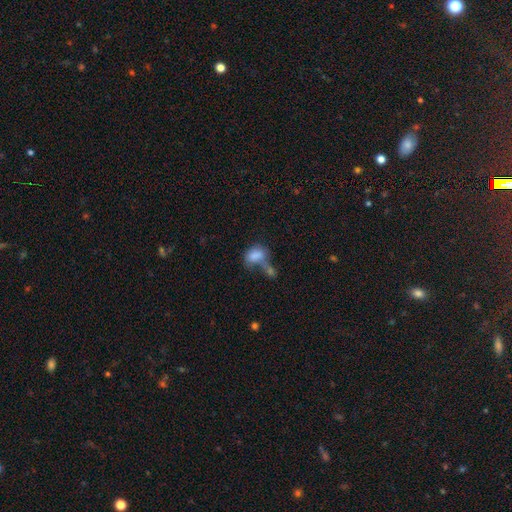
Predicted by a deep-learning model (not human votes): Smooth or featured? Predicted: smooth (p=0.74). How rounded? Predicted: in between (p=0.84). Merging? Predicted: merger (p=0.50).